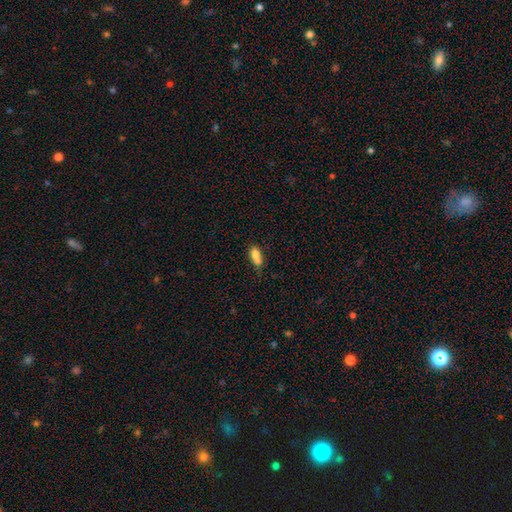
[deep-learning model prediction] A smooth galaxy with no disk features (75%) that is in between round and cigar-shaped (79%).

Vote fractions:
- Smooth or featured? smooth: 75% / featured or disk: 14% / star or artifact: 10%
- How rounded? in between: 79% / cigar-shaped: 15% / round: 6%
- Merging? none: 38% / merger: 27% / minor disturbance: 25% / major disturbance: 10%